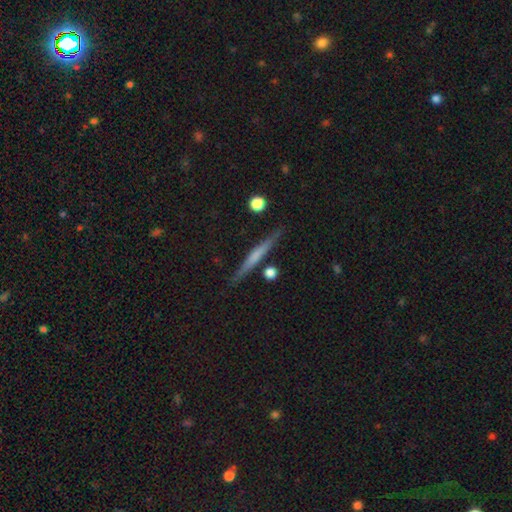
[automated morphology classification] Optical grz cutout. It shows a featured or disk galaxy (49%). Merging: none (86%).